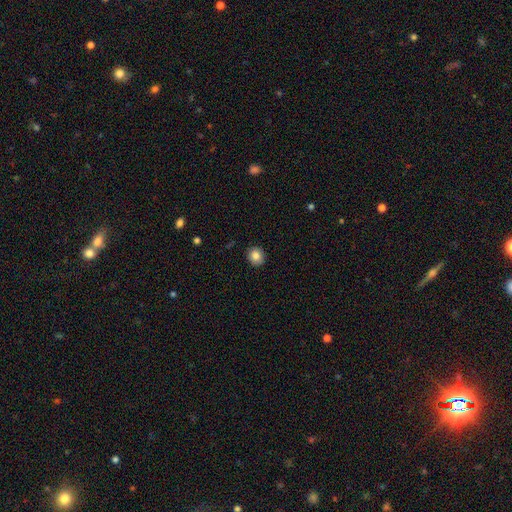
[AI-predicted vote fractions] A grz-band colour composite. It shows a smooth galaxy with no disk features (84%) that is round (82%). Merging: none (91%).